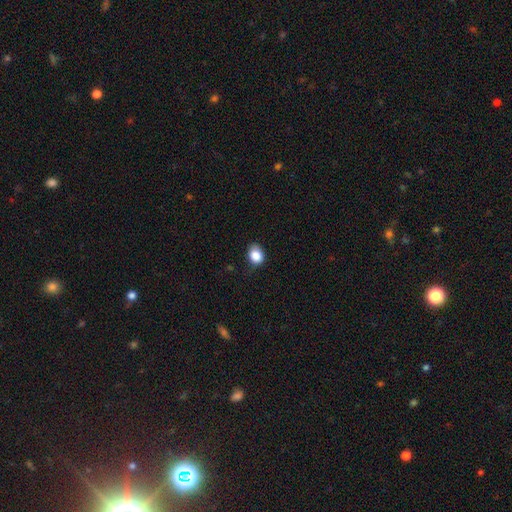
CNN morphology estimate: smooth 86%, star or artifact 9%, featured or disk 5%. Down the decision tree: how rounded — round (51%); merging — none (69%).